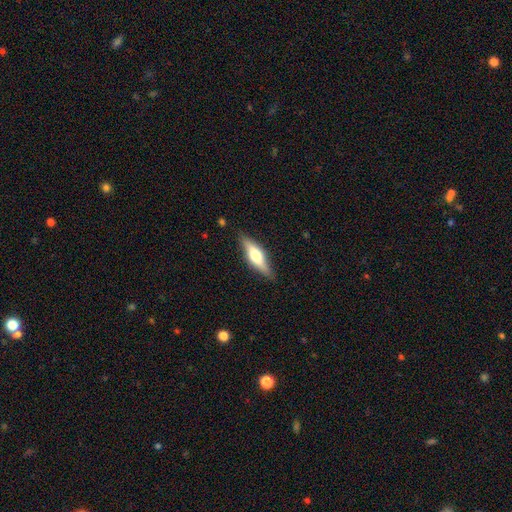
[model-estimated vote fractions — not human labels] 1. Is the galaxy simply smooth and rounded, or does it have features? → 50% featured or disk, 44% smooth, 6% star or artifact.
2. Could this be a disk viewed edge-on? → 88% yes, 12% no.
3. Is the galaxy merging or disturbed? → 84% none, 13% minor disturbance, 2% major disturbance, 1% merger.